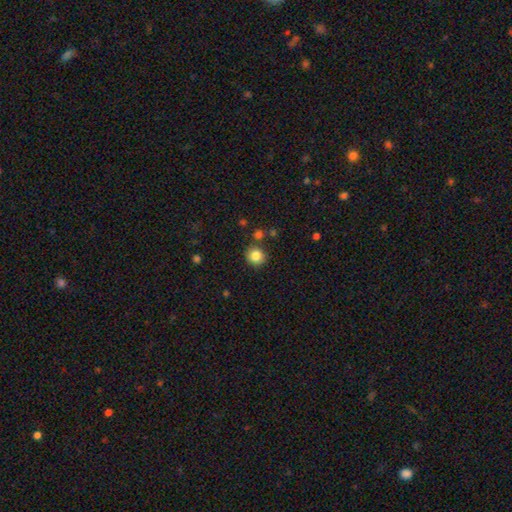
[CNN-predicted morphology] Smooth or featured: smooth — 84% (star or artifact — 11%)
How rounded: round — 89% (in between — 10%)
Merging: none — 84% (minor disturbance — 9%)